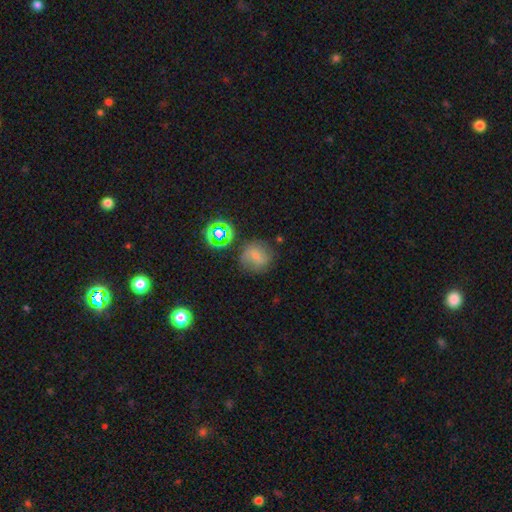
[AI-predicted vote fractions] smooth-or-featured: smooth: 55% | featured or disk: 25% | star or artifact: 19%
  how-rounded: round: 85% | in between: 14% | cigar-shaped: 1%
  merging: none: 69% | minor disturbance: 18% | major disturbance: 8% | merger: 6%